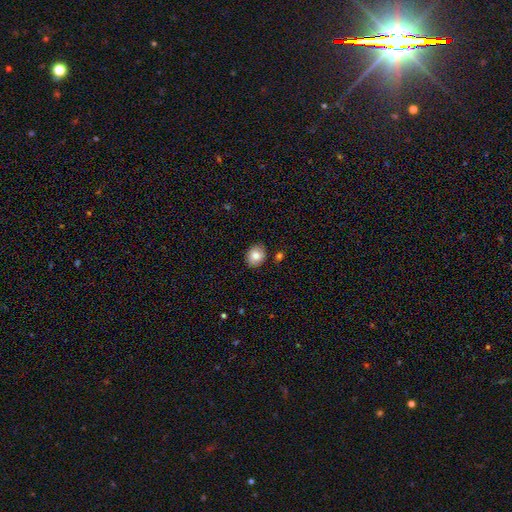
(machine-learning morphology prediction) Q: Smooth or featured?
A: smooth (80%); runner-up: featured or disk (11%)
Q: How rounded?
A: round (54%); runner-up: in between (45%)
Q: Merging?
A: none (84%); runner-up: minor disturbance (12%)